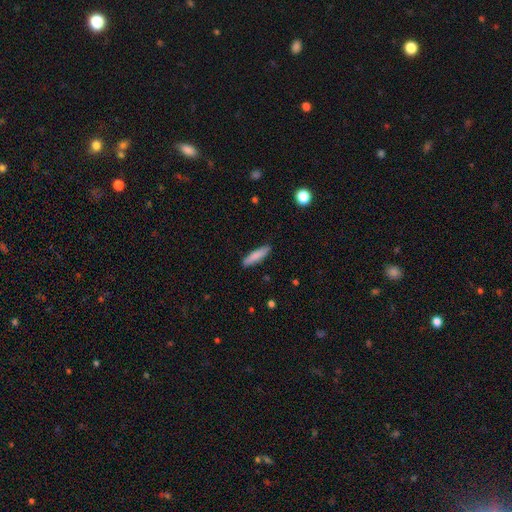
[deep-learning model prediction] Q: Smooth or featured?
A: smooth (84%); runner-up: featured or disk (10%)
Q: How rounded?
A: cigar-shaped (79%); runner-up: in between (19%)
Q: Merging?
A: none (88%); runner-up: minor disturbance (9%)